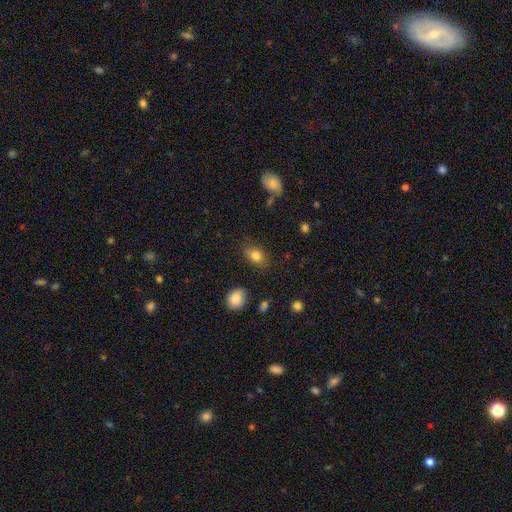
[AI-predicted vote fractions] Smooth or featured?
  - smooth: 82% *
  - star or artifact: 10%
  - featured or disk: 8%
How rounded?
  - in between: 72% *
  - round: 26%
  - cigar-shaped: 2%
Merging?
  - none: 72% *
  - minor disturbance: 20%
  - major disturbance: 5%
  - merger: 2%